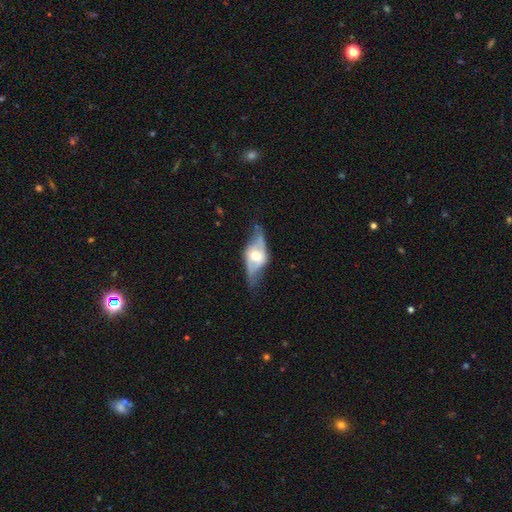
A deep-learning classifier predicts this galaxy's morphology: Smooth or featured? featured or disk (69%)
Edge-on disk? no (59%)
Merging? none (62%)